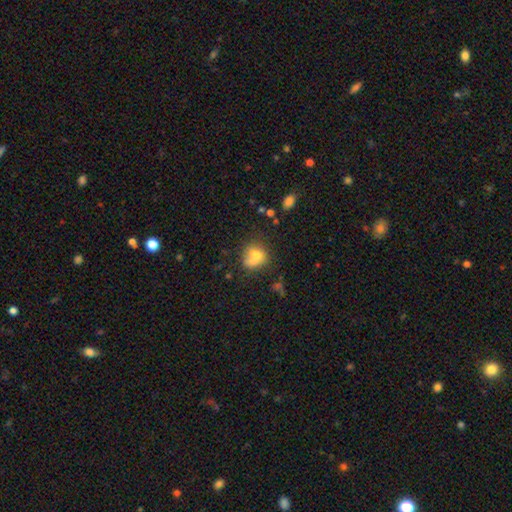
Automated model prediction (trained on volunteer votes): Overall: smooth (69%). How rounded: round (71%). Merging: merger (41%; none 36%).